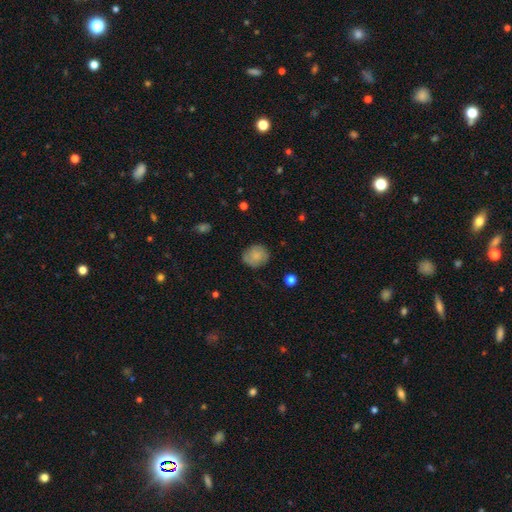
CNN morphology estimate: Smooth or featured? smooth (78%)
How rounded? round (76%)
Merging? none (77%)